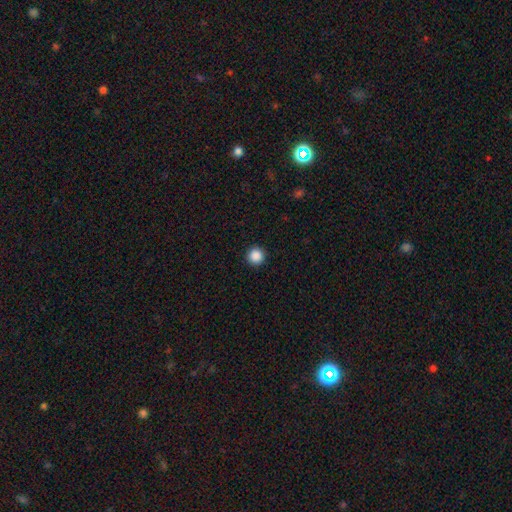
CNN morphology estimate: smooth 88%, star or artifact 10%, featured or disk 2%. Down the decision tree: how rounded — round (96%); merging — none (93%).